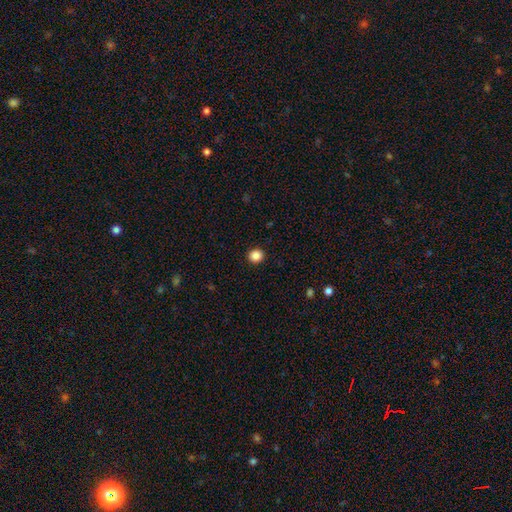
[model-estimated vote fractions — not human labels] This is clearly a smooth galaxy (87%). How rounded: clearly round (90%). Merging: clearly none (93%).